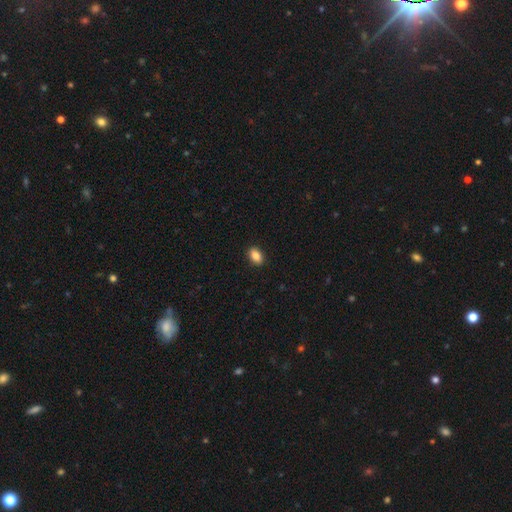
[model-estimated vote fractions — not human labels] smooth 88%, star or artifact 8%, featured or disk 4%. Down the decision tree: how rounded — in between (88%); merging — none (91%).